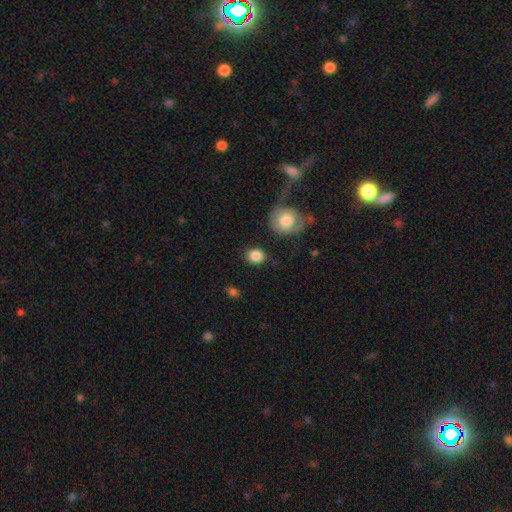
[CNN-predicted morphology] Smooth or featured? Predicted: smooth (p=0.87). How rounded? Predicted: round (p=0.72). Merging? Predicted: none (p=0.80).